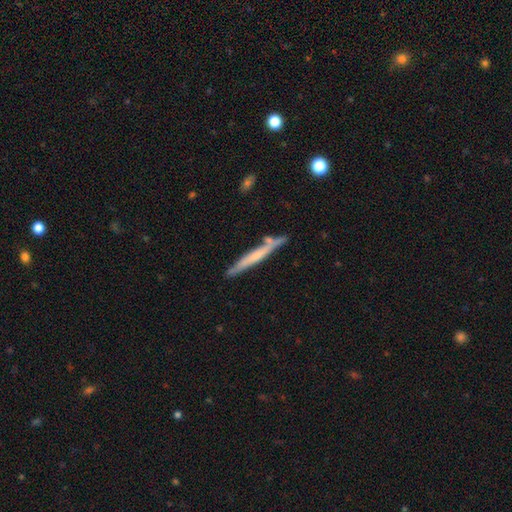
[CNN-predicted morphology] The model was most divided on "smooth or featured": featured or disk: 51%, smooth: 43%, star or artifact: 6%. More confident: edge-on disk — yes (94%); merging — none (78%).